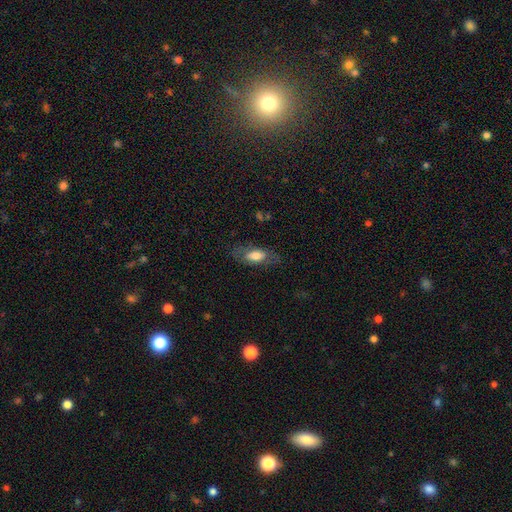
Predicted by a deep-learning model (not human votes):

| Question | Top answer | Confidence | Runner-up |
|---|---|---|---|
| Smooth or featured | smooth | 62% | featured or disk (30%) |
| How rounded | in between | 83% | cigar-shaped (13%) |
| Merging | none | 70% | minor disturbance (18%) |